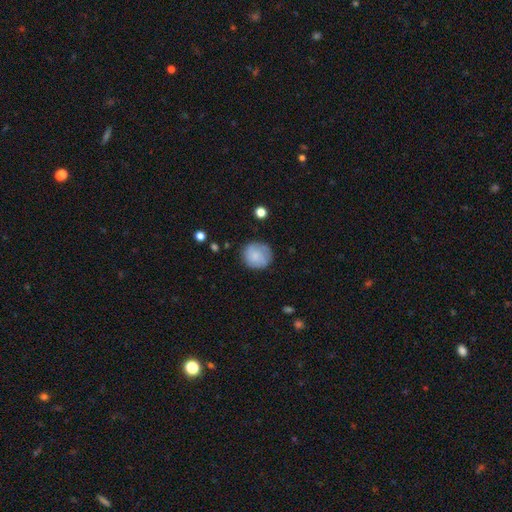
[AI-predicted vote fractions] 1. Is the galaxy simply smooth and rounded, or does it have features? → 68% smooth, 24% featured or disk, 7% star or artifact.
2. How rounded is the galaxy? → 88% round, 11% in between, 1% cigar-shaped.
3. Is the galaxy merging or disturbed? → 76% none, 17% minor disturbance, 6% major disturbance, 2% merger.